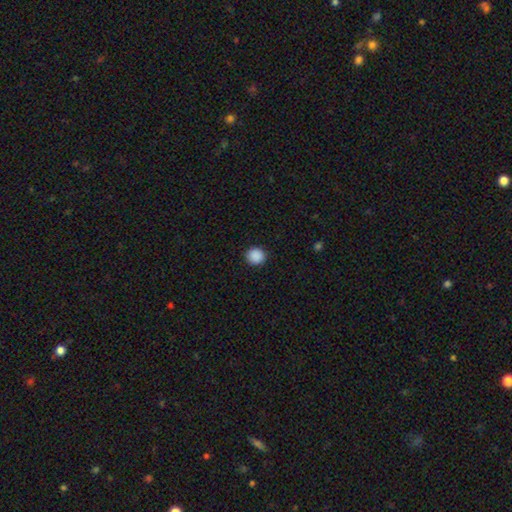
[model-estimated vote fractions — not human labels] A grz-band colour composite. It shows a smooth galaxy with no disk features (89%) that is round (92%). Merging: none (92%).